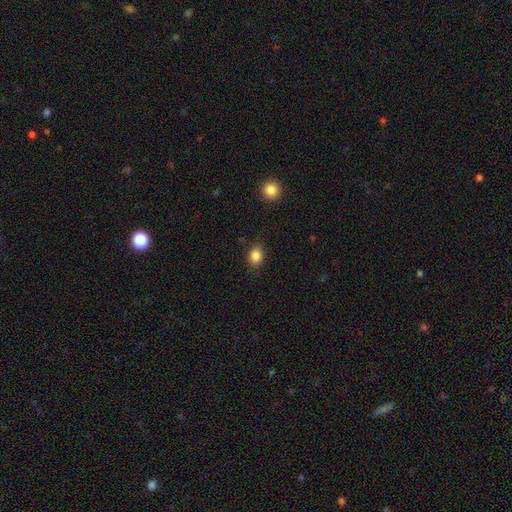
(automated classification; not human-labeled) Smooth or featured?
  - smooth: 86% *
  - star or artifact: 10%
  - featured or disk: 5%
How rounded?
  - in between: 58% *
  - round: 41%
  - cigar-shaped: 1%
Merging?
  - none: 83% *
  - minor disturbance: 13%
  - major disturbance: 3%
  - merger: 1%